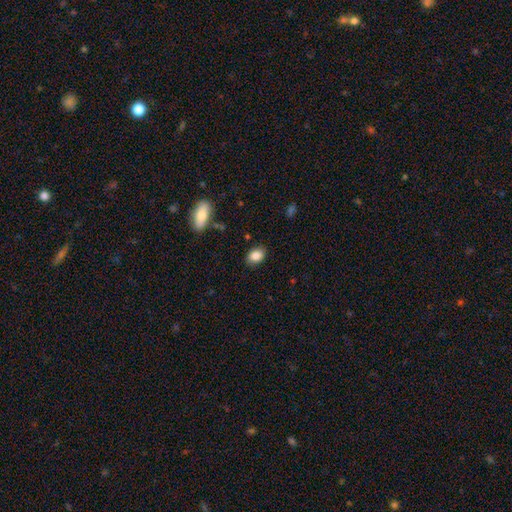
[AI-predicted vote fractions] A smooth galaxy with no disk features (86%) that is in between round and cigar-shaped (76%). Merging: none (85%).